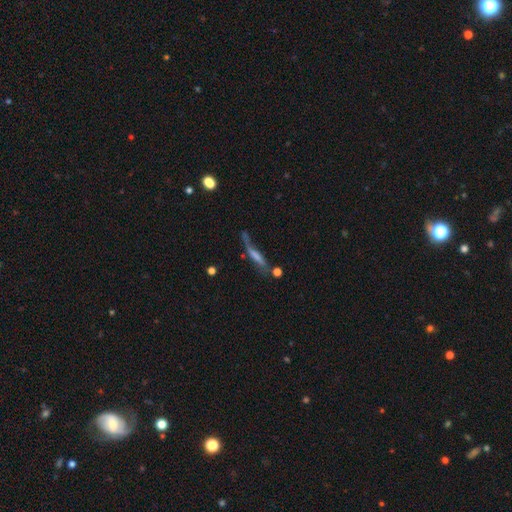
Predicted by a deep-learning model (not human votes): A featured or disk galaxy (56%) viewed edge-on (79%).

Vote fractions:
- Smooth or featured? featured or disk: 56% / smooth: 29% / star or artifact: 15%
- Edge-on disk? yes: 79% / no: 21%
- Merging? none: 55% / minor disturbance: 22% / major disturbance: 14% / merger: 9%